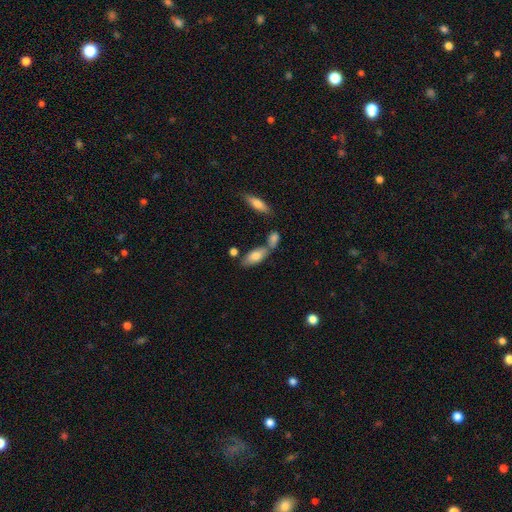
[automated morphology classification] smooth-or-featured: smooth: 76% | featured or disk: 17% | star or artifact: 6%
  how-rounded: in between: 84% | cigar-shaped: 13% | round: 2%
  merging: none: 52% | merger: 29% | minor disturbance: 14% | major disturbance: 4%